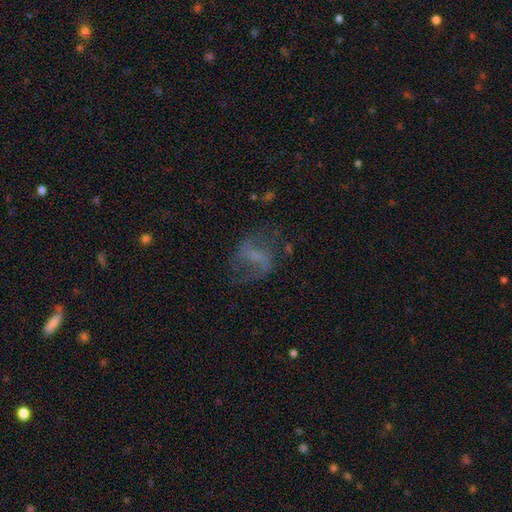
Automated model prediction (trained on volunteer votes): A featured or disk galaxy (64%) with a weak bar (44%), spiral arms (77%) and no central bulge (50%). Merging: none (56%).